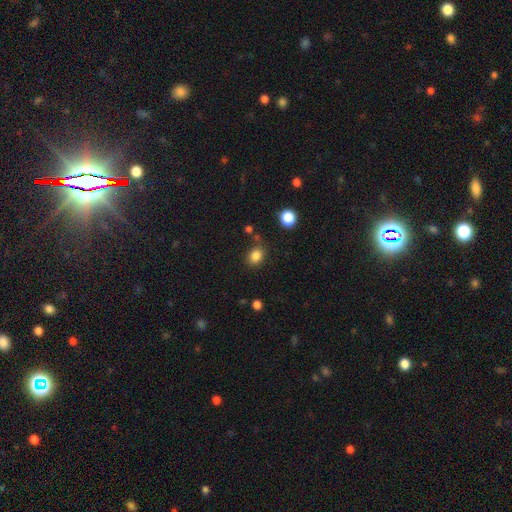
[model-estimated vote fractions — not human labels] Smooth or featured?
  - smooth: 84% *
  - star or artifact: 12%
  - featured or disk: 5%
How rounded?
  - round: 50% *
  - in between: 49%
  - cigar-shaped: 1%
Merging?
  - none: 79% *
  - minor disturbance: 12%
  - merger: 5%
  - major disturbance: 4%